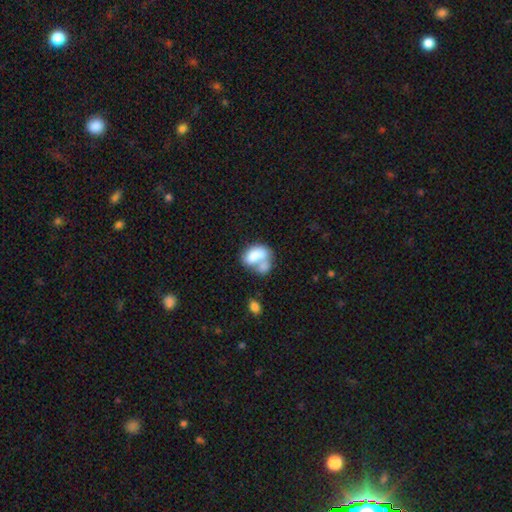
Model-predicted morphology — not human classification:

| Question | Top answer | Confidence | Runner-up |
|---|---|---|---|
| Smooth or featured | smooth | 72% | featured or disk (20%) |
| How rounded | in between | 85% | round (13%) |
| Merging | merger | 61% | none (19%) |